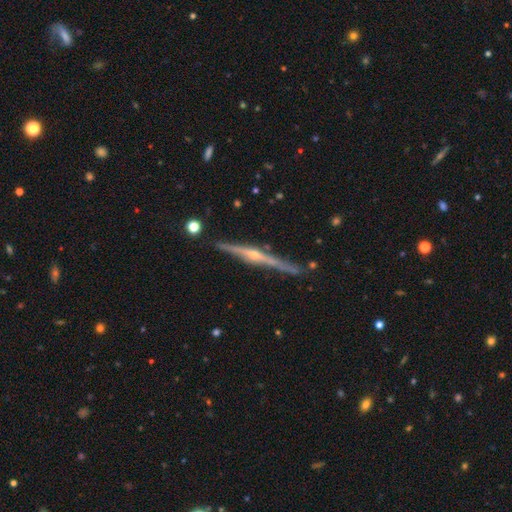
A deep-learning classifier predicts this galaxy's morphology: Overall: featured or disk (85%). Edge-on disk: yes (98%). Edge-on bulge: rounded (83%). Merging: none (86%).